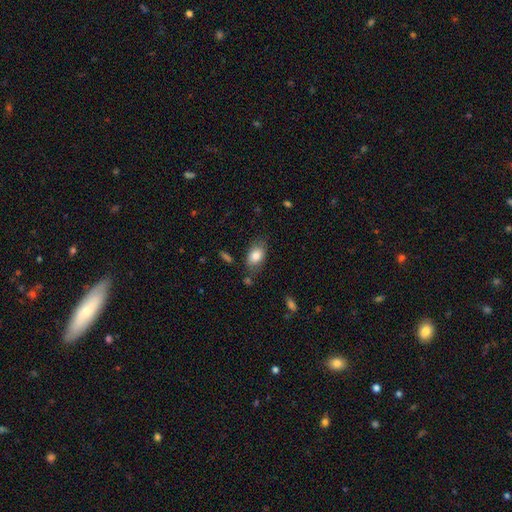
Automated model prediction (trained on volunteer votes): A smooth galaxy with no disk features (82%) that is in between round and cigar-shaped (86%).

Vote fractions:
- Smooth or featured? smooth: 82% / featured or disk: 10% / star or artifact: 8%
- How rounded? in between: 86% / round: 12% / cigar-shaped: 2%
- Merging? none: 73% / minor disturbance: 19% / major disturbance: 5% / merger: 4%